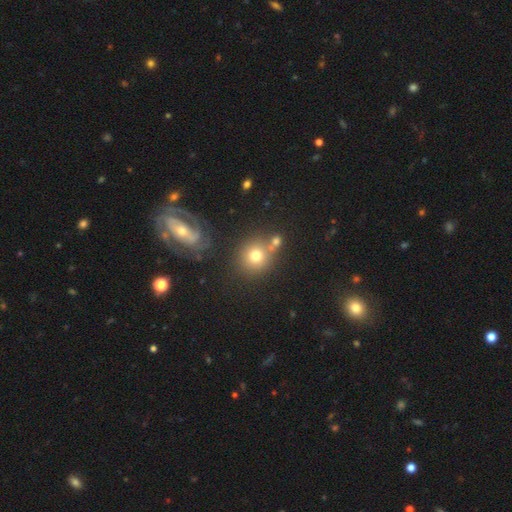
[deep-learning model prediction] Q: Smooth or featured?
A: smooth (73%); runner-up: featured or disk (15%)
Q: How rounded?
A: round (87%); runner-up: in between (12%)
Q: Merging?
A: none (60%); runner-up: merger (23%)